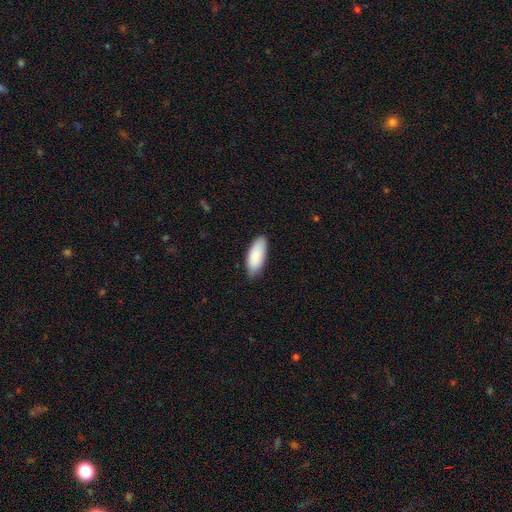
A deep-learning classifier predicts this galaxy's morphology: smooth_or_featured: smooth (p=0.88) [alt: featured or disk p=0.06]
how_rounded: in between (p=0.84) [alt: cigar-shaped p=0.15]
merging: none (p=0.80) [alt: minor disturbance p=0.17]